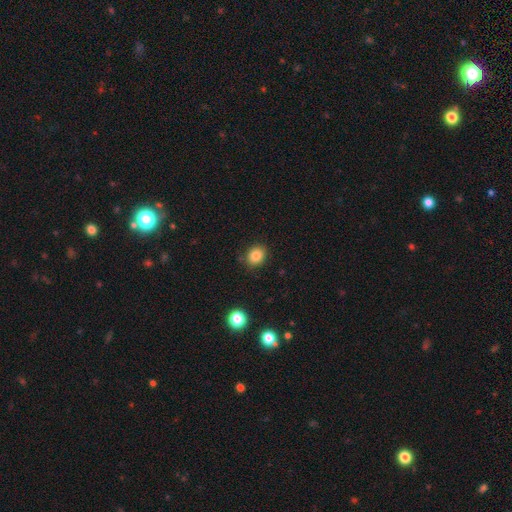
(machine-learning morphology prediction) A smooth galaxy with no disk features (84%) that is round (61%). Merging: none (85%).